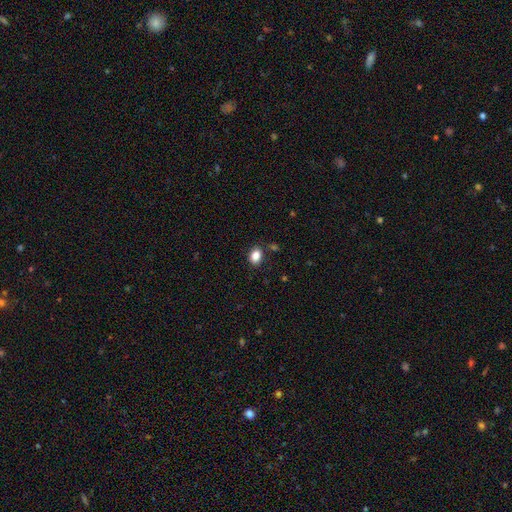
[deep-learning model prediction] Smooth or featured? Predicted: smooth (p=0.86). How rounded? Predicted: in between (p=0.70). Merging? Predicted: none (p=0.83).